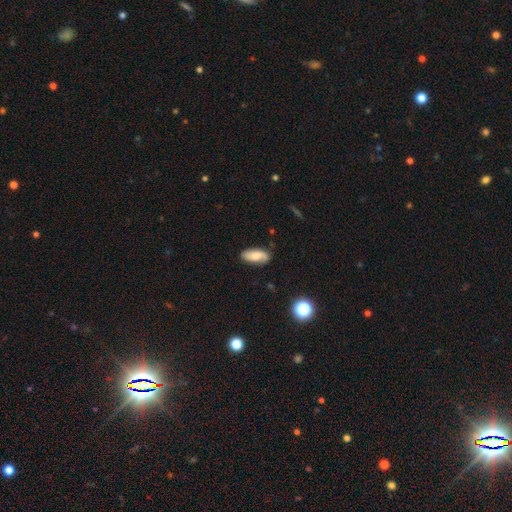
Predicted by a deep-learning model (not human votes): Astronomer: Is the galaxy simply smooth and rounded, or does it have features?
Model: smooth — 66%.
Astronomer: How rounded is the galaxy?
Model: in between — 85%.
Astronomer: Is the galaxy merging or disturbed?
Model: none — 80%.